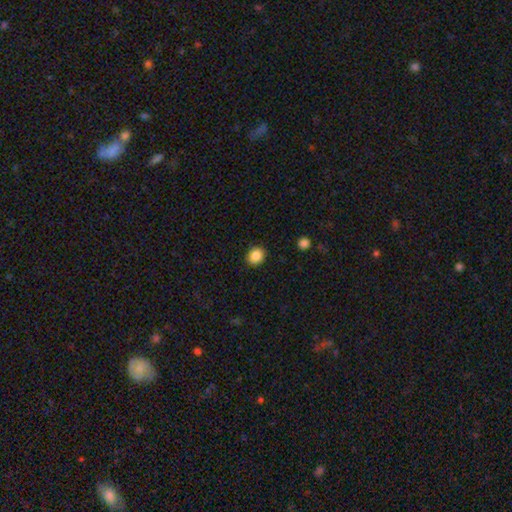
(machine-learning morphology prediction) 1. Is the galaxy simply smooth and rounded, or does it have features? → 86% smooth, 9% star or artifact, 4% featured or disk.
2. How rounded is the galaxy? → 66% round, 33% in between, 1% cigar-shaped.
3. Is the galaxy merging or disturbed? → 90% none, 7% minor disturbance, 2% major disturbance, 1% merger.